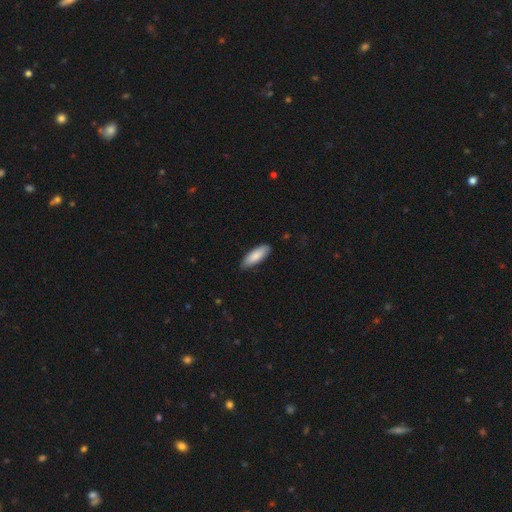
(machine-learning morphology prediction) This is clearly a smooth galaxy (86%). How rounded: likely in between (62%). Merging: clearly none (84%).